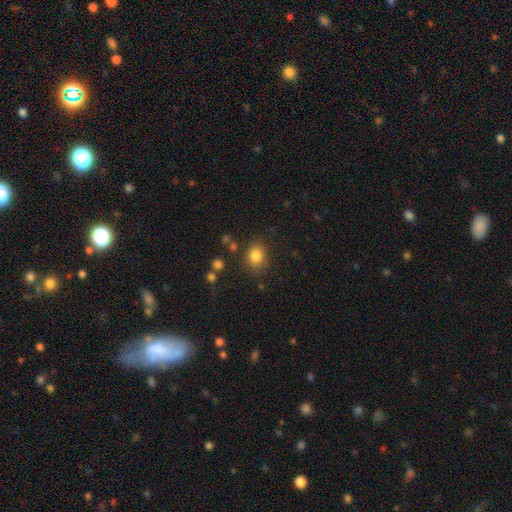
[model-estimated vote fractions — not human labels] The model was most divided on "how rounded": round: 51%, in between: 48%, cigar-shaped: 1%. More confident: smooth or featured — smooth (83%); merging — none (81%).